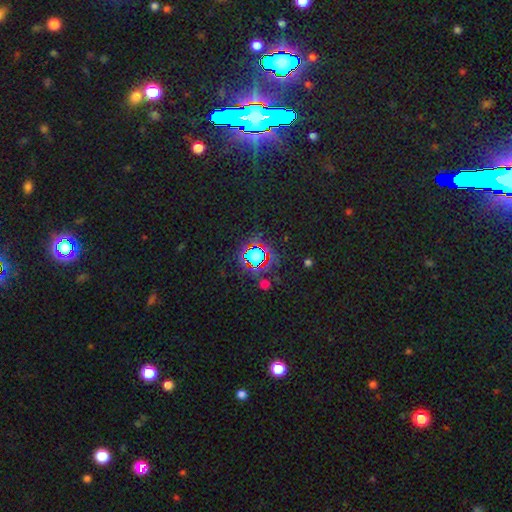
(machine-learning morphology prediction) Smooth or featured: star or artifact — 69% (smooth — 21%)